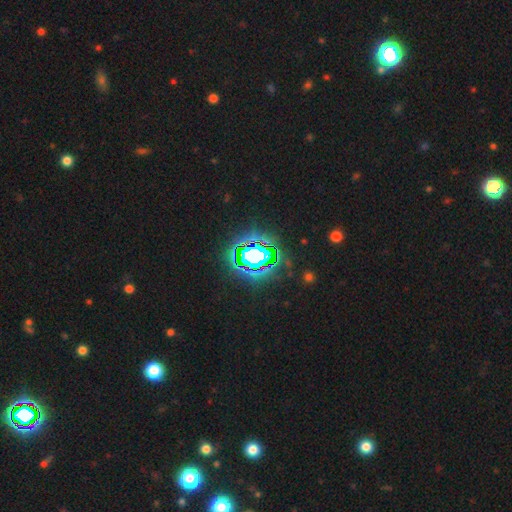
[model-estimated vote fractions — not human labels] smooth-or-featured: star or artifact: 69% | smooth: 16% | featured or disk: 15%